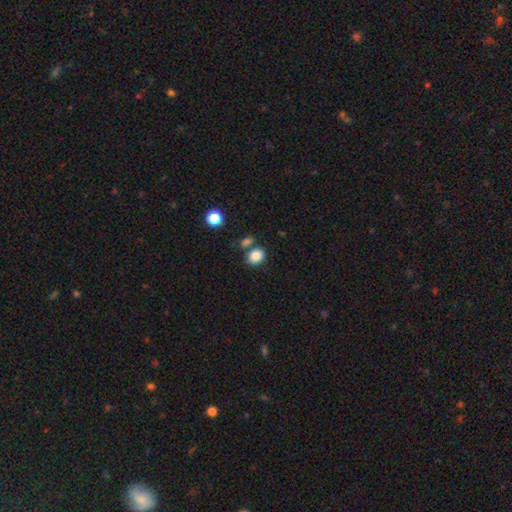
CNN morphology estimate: Smooth or featured? Predicted: smooth (p=0.86). How rounded? Predicted: in between (p=0.55). Merging? Predicted: none (p=0.66).